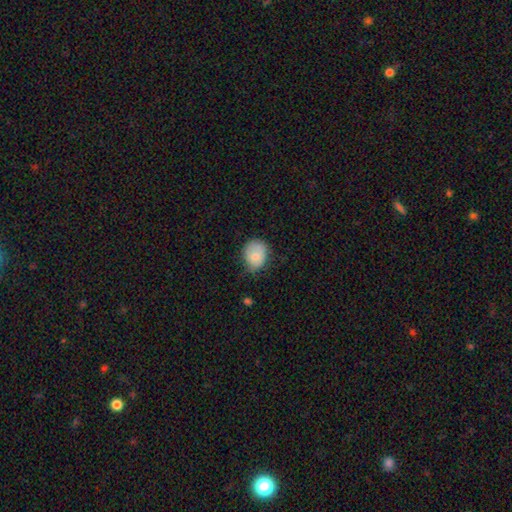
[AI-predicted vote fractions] Smooth or featured: smooth — 79% (featured or disk — 14%)
How rounded: round — 57% (in between — 43%)
Merging: none — 55% (minor disturbance — 35%)